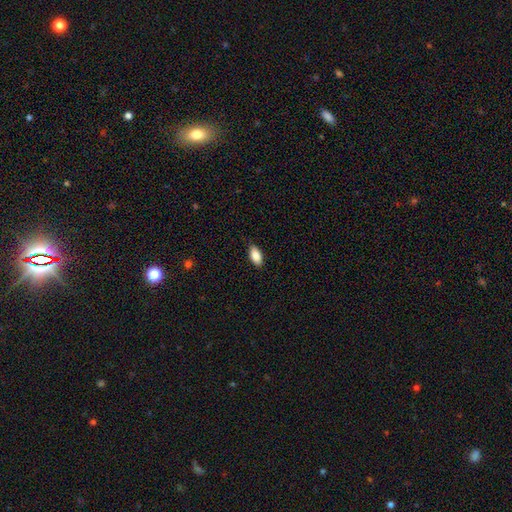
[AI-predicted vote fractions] A smooth galaxy with no disk features (87%) that is in between round and cigar-shaped (90%).

Vote fractions:
- Smooth or featured? smooth: 87% / star or artifact: 7% / featured or disk: 6%
- How rounded? in between: 90% / cigar-shaped: 7% / round: 3%
- Merging? none: 87% / minor disturbance: 10% / major disturbance: 2% / merger: 1%